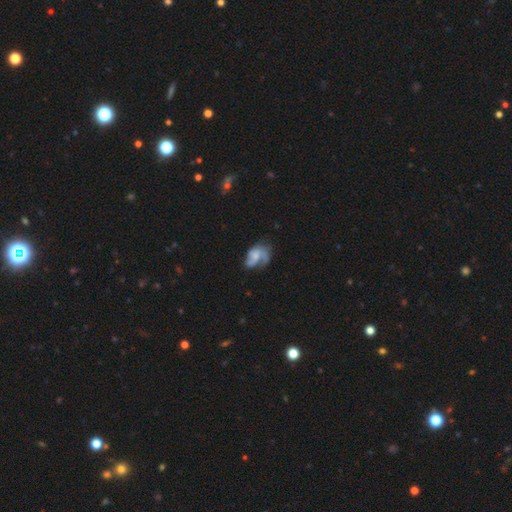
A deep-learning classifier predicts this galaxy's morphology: Overall: featured or disk (60%; smooth 33%). Edge-on disk: no (97%). Bar: no (68%). Spiral arms: yes (78%). Bulge size: small (35%; none 33%). Merging: none (37%; major disturbance 34%).